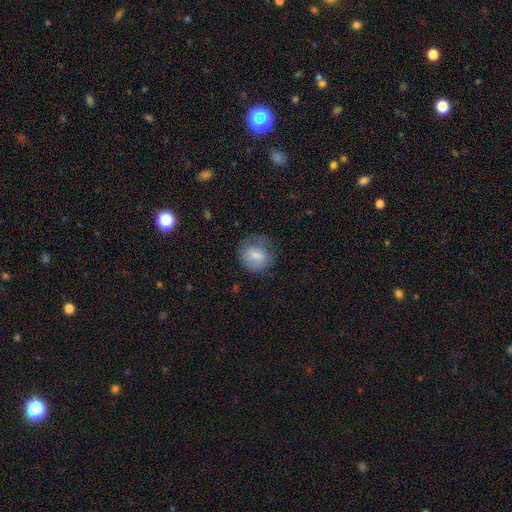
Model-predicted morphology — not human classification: Smooth or featured? Predicted: smooth (p=0.75). How rounded? Predicted: round (p=0.77). Merging? Predicted: none (p=0.59).